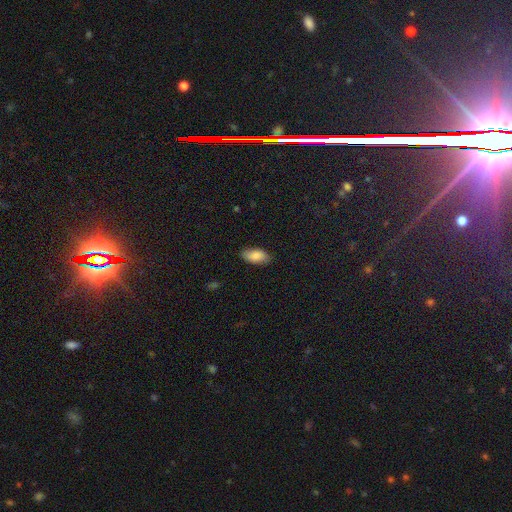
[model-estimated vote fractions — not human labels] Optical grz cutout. It shows a smooth galaxy with no disk features (85%) that is in between round and cigar-shaped (93%). Merging: none (84%).